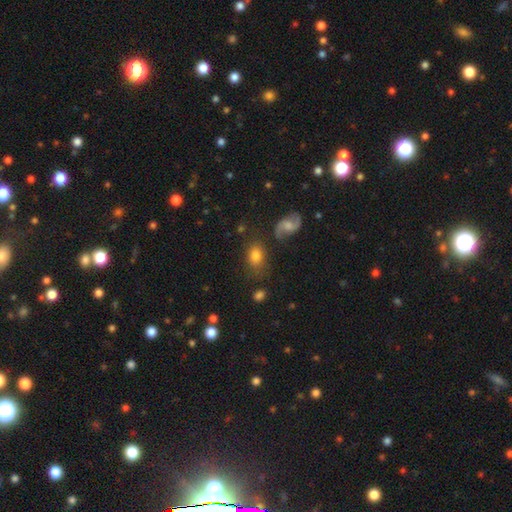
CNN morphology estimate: Smooth or featured: smooth — 74% (featured or disk — 15%)
How rounded: in between — 75% (round — 23%)
Merging: none — 70% (minor disturbance — 18%)